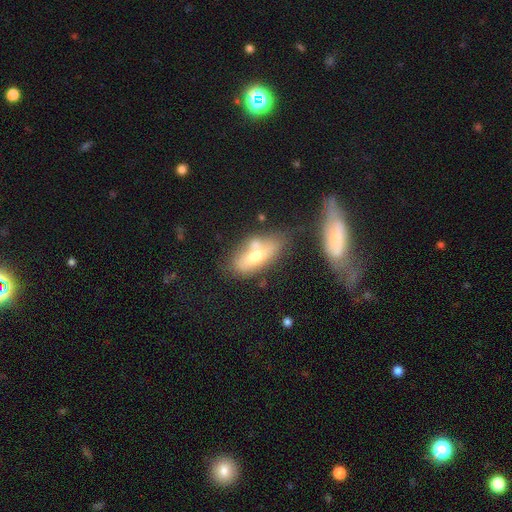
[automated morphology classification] smooth-or-featured: smooth: 58% | featured or disk: 35% | star or artifact: 8%
  how-rounded: in between: 79% | cigar-shaped: 18% | round: 4%
  merging: none: 44% | merger: 29% | minor disturbance: 18% | major disturbance: 8%